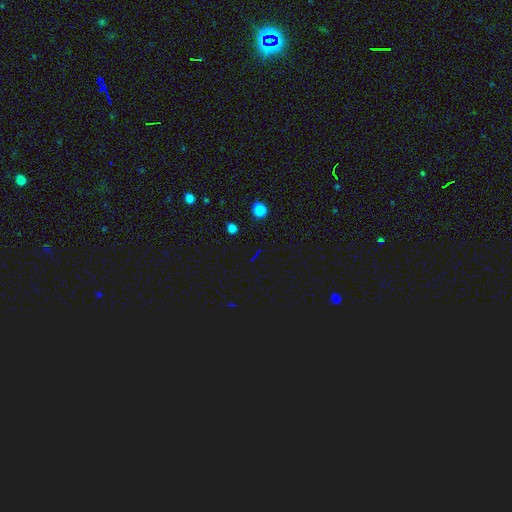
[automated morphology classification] Smooth or featured? star or artifact (68%)